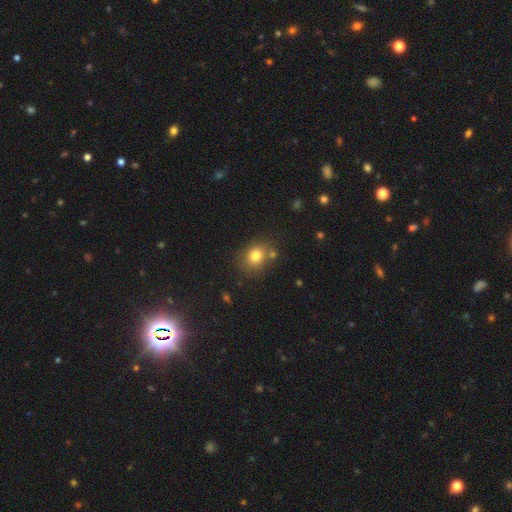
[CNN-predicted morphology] smooth 79%, star or artifact 12%, featured or disk 9%. Down the decision tree: how rounded — round (65%); merging — none (73%).